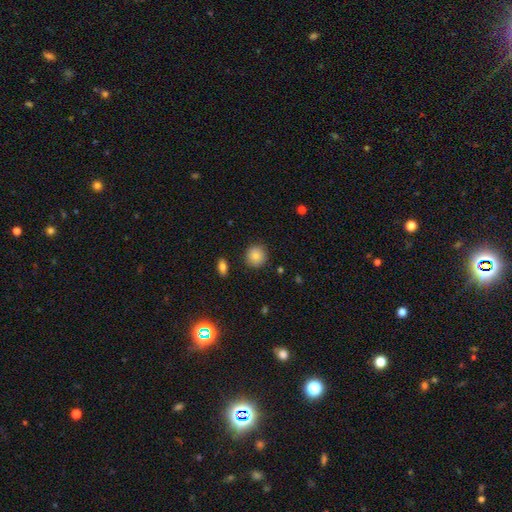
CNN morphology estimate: type=smooth (83%); roundness=round (92%); merging=none (88%).